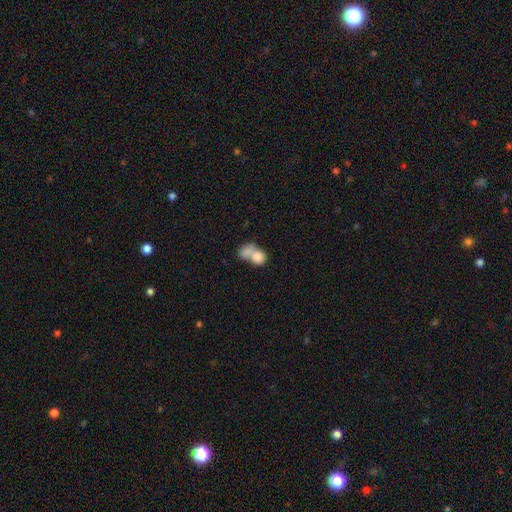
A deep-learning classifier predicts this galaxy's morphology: Q: Smooth or featured?
A: smooth (80%); runner-up: featured or disk (12%)
Q: How rounded?
A: round (51%); runner-up: in between (47%)
Q: Merging?
A: merger (67%); runner-up: none (19%)